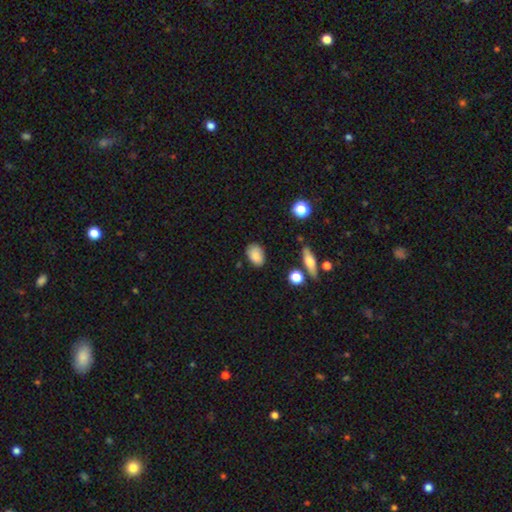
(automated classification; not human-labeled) Smooth or featured? Predicted: smooth (p=0.86). How rounded? Predicted: in between (p=0.85). Merging? Predicted: none (p=0.76).